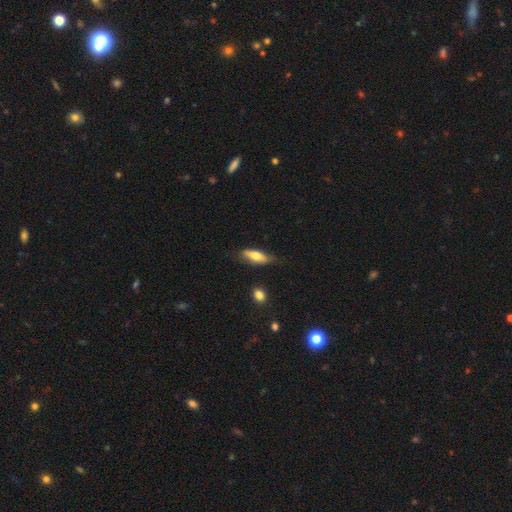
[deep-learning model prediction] Smooth or featured? Predicted: smooth (p=0.66). How rounded? Predicted: in between (p=0.60). Merging? Predicted: none (p=0.71).